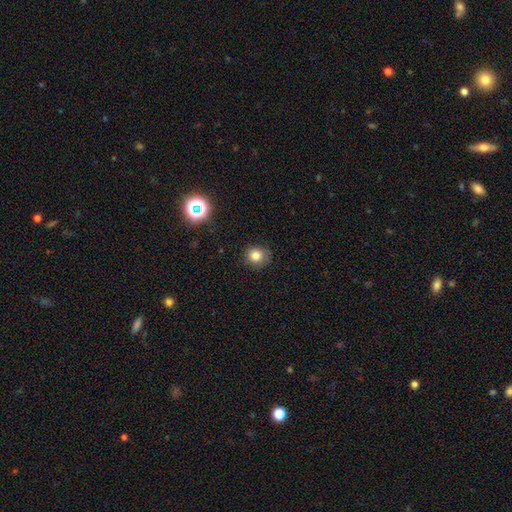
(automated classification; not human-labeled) Q: Smooth or featured?
A: smooth (80%); runner-up: star or artifact (14%)
Q: How rounded?
A: round (81%); runner-up: in between (18%)
Q: Merging?
A: none (80%); runner-up: minor disturbance (15%)